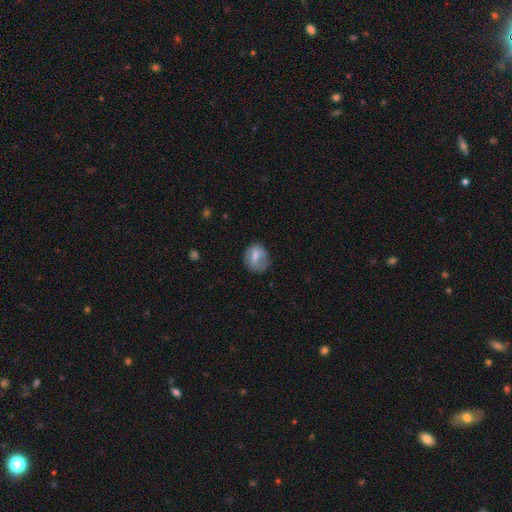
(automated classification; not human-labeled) Smooth or featured?
  - smooth: 67% *
  - featured or disk: 25%
  - star or artifact: 8%
How rounded?
  - round: 61% *
  - in between: 38%
  - cigar-shaped: 1%
Merging?
  - none: 64% *
  - minor disturbance: 24%
  - major disturbance: 10%
  - merger: 2%